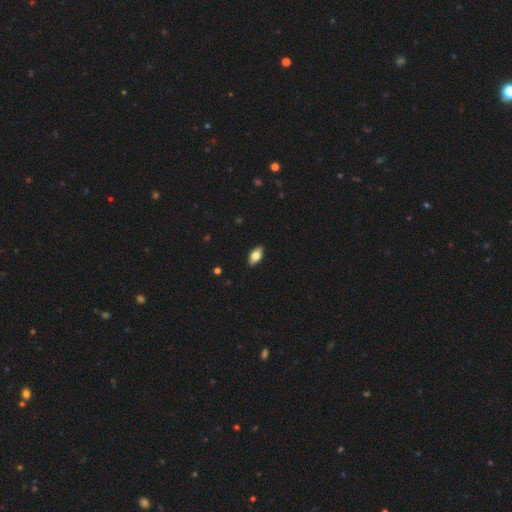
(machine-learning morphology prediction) type=smooth (72%); roundness=in between (90%); merging=none (89%).